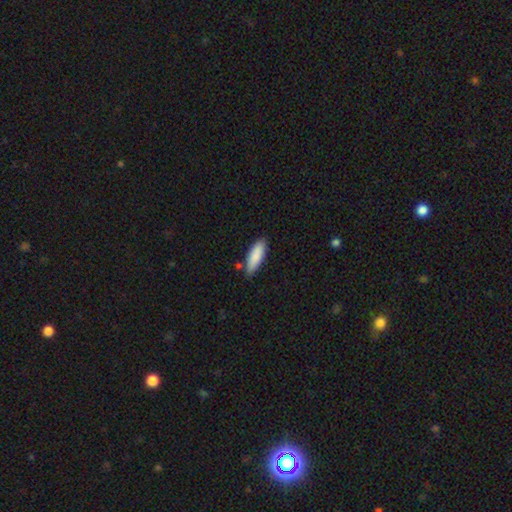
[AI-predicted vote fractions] A smooth galaxy with no disk features (86%) that is in between round and cigar-shaped (54%). Merging: none (77%).